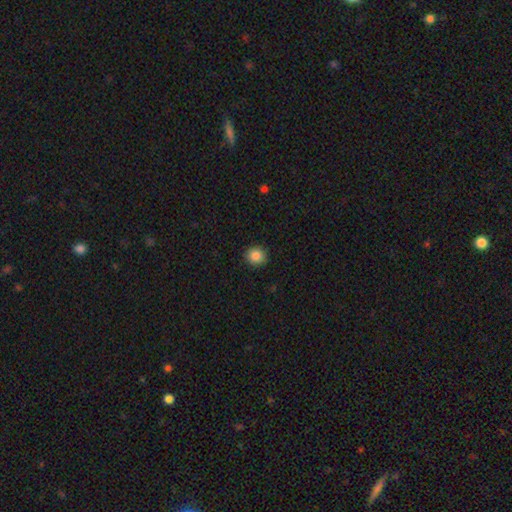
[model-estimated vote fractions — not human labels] This appears to be a smooth galaxy with no disk features (86%) that is round (86%). Merging: none (92%).